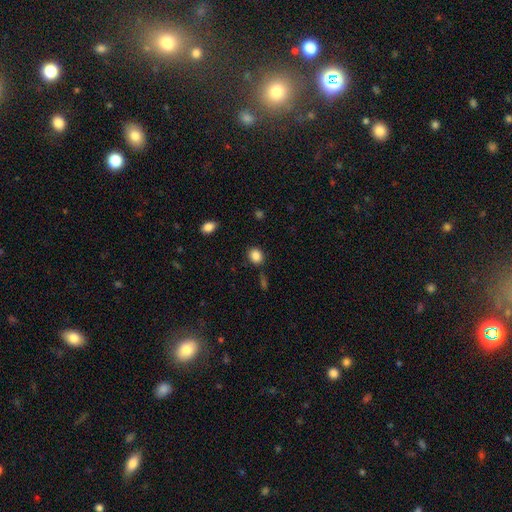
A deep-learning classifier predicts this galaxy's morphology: A smooth galaxy with no disk features (86%) that is round (65%).

Vote fractions:
- Smooth or featured? smooth: 86% / star or artifact: 10% / featured or disk: 4%
- How rounded? round: 65% / in between: 34% / cigar-shaped: 1%
- Merging? none: 82% / minor disturbance: 12% / major disturbance: 3% / merger: 3%